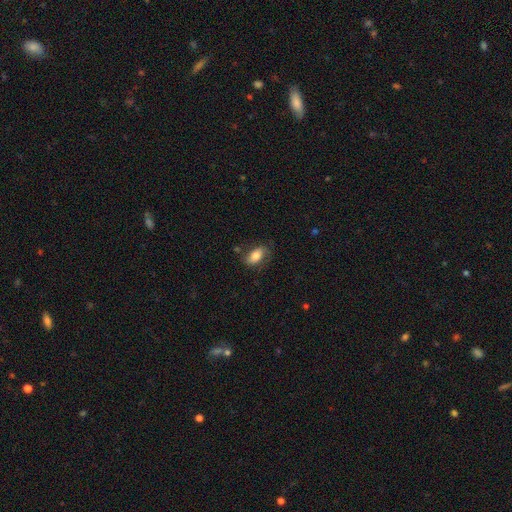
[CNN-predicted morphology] A smooth galaxy with no disk features (74%) that is in between round and cigar-shaped (89%).

Vote fractions:
- Smooth or featured? smooth: 74% / featured or disk: 19% / star or artifact: 7%
- How rounded? in between: 89% / cigar-shaped: 6% / round: 5%
- Merging? none: 70% / minor disturbance: 21% / major disturbance: 7% / merger: 3%